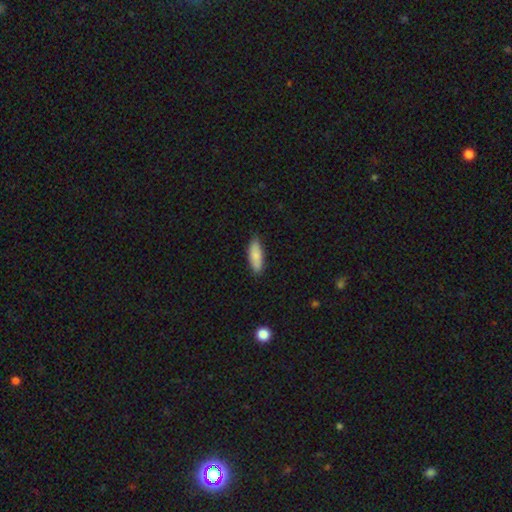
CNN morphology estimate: This is clearly a smooth galaxy (85%). How rounded: possibly in between (59%). Merging: clearly none (85%).